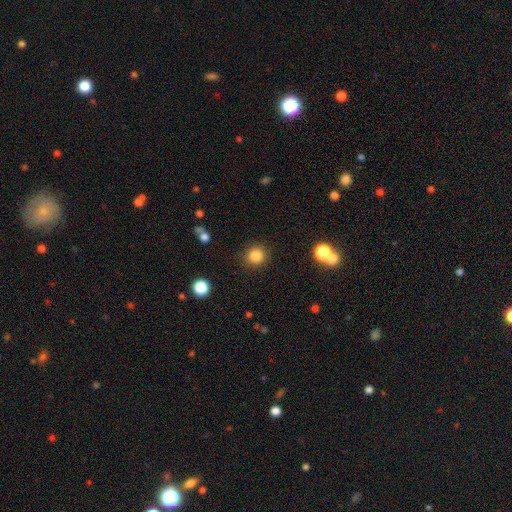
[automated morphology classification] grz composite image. It shows a smooth galaxy with no disk features (84%) that is round (90%). Merging: none (89%).